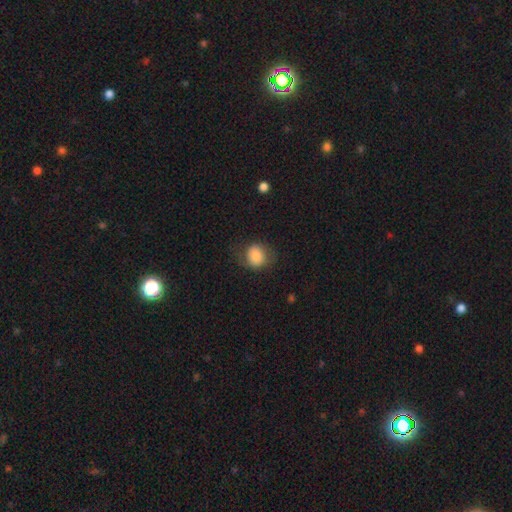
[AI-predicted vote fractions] The model was most divided on "how rounded": round: 71%, in between: 28%, cigar-shaped: 1%. More confident: smooth or featured — smooth (79%); merging — none (67%).